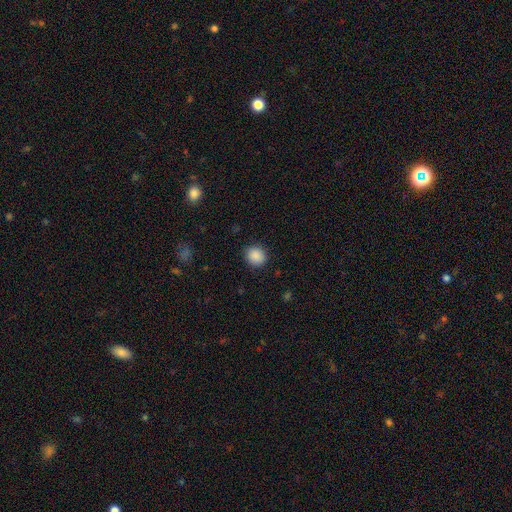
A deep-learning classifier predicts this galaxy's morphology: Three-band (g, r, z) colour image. It shows a smooth galaxy with no disk features (89%) that is round (79%). Merging: none (89%).